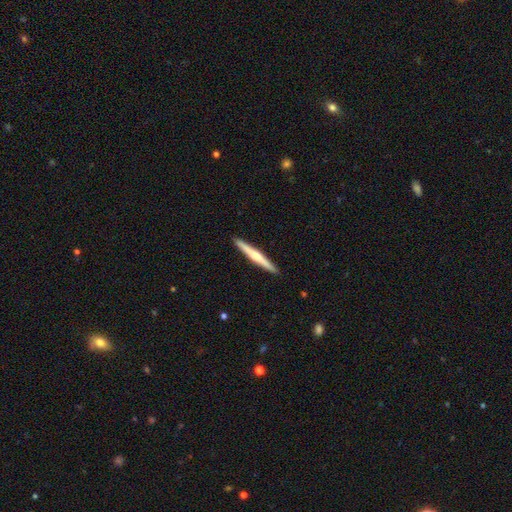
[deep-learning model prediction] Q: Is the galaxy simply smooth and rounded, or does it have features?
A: featured or disk — 57%.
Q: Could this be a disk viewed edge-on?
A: yes — 98%.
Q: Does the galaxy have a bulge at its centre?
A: rounded — 70%.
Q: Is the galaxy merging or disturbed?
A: none — 92%.